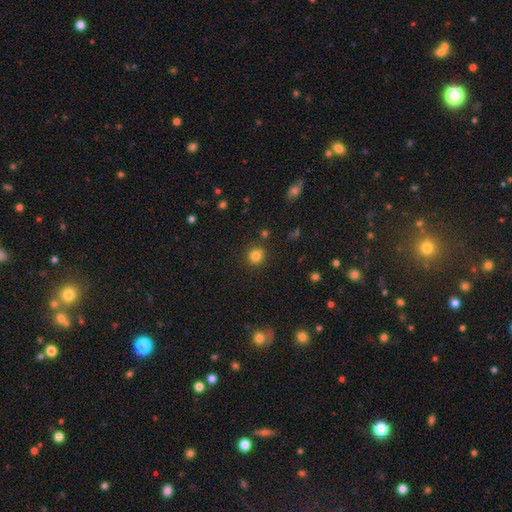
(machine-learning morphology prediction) A smooth galaxy with no disk features (80%) that is round (86%). Merging: none (79%).